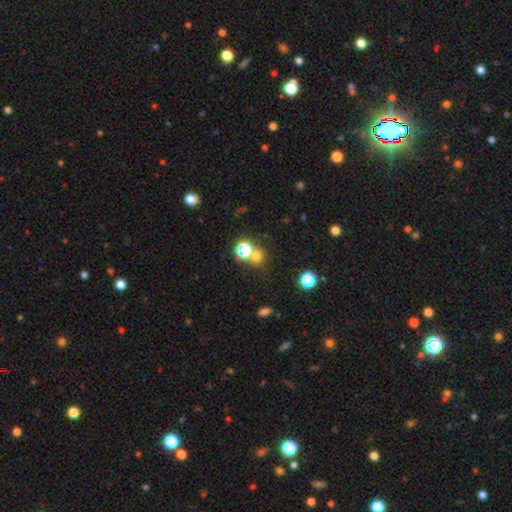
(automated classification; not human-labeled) Smooth or featured: smooth — 56% (star or artifact — 37%)
How rounded: round — 77% (in between — 22%)
Merging: none — 61% (merger — 26%)